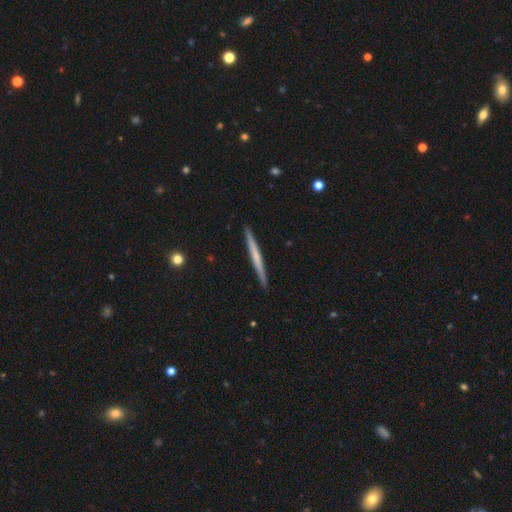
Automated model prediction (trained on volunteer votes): smooth-or-featured: smooth: 48% | featured or disk: 47% | star or artifact: 5%
  merging: none: 92% | minor disturbance: 6% | major disturbance: 1% | merger: 1%